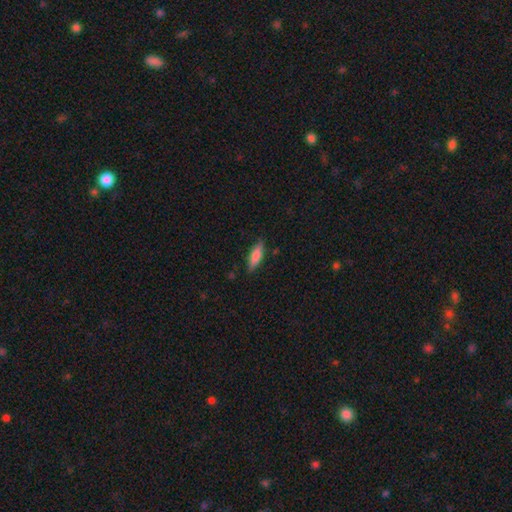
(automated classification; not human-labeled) This appears to be a smooth galaxy with no disk features (79%) that is in between round and cigar-shaped (52%). Merging: none (82%).